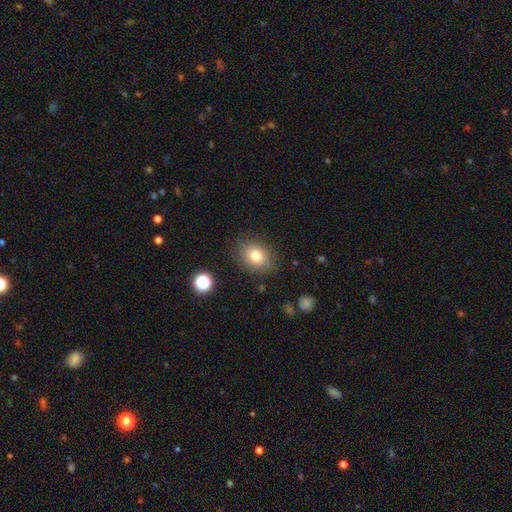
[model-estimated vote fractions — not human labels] Smooth or featured? smooth (78%)
How rounded? in between (55%)
Merging? none (81%)